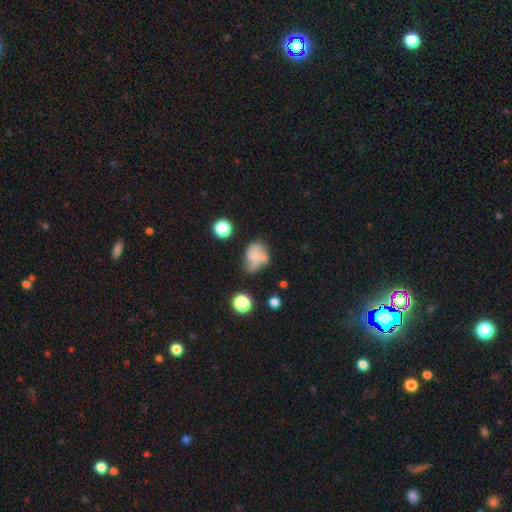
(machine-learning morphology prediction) Smooth or featured?
  - smooth: 55% *
  - featured or disk: 33%
  - star or artifact: 12%
How rounded?
  - in between: 62% *
  - round: 37%
  - cigar-shaped: 1%
Merging?
  - none: 30% * (tied)
  - minor disturbance: 30% * (tied)
  - major disturbance: 26%
  - merger: 13%